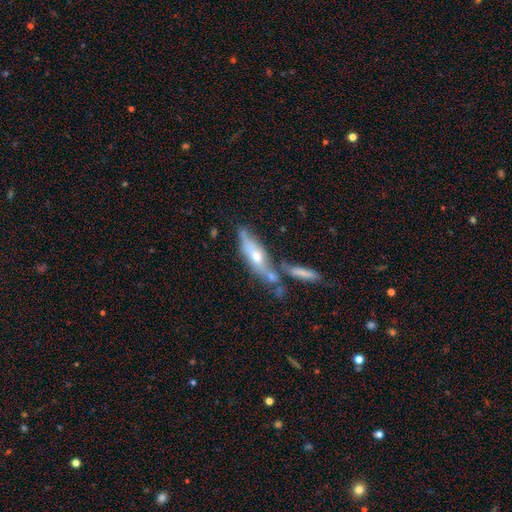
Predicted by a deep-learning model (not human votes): A featured or disk galaxy (52%) viewed edge-on (61%). Merging: merger (37%).